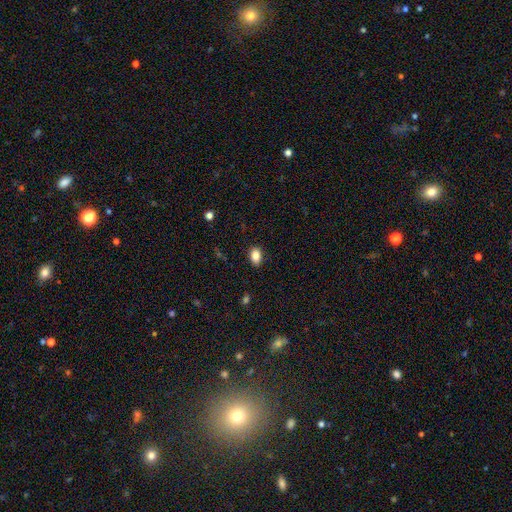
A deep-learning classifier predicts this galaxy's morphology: type=smooth (85%); roundness=in between (84%); merging=none (87%).